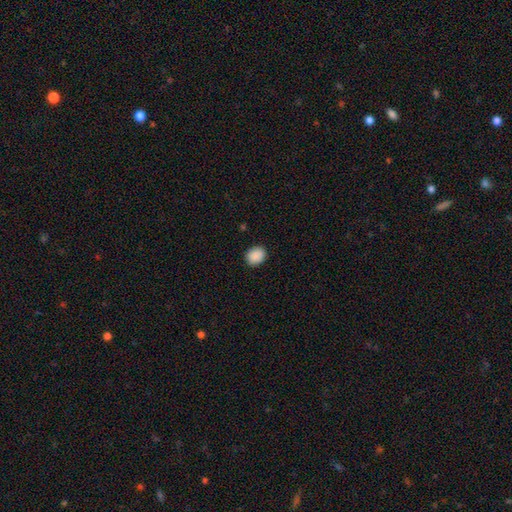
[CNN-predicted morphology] The model was most divided on "how rounded": round: 59%, in between: 40%, cigar-shaped: 1%. More confident: smooth or featured — smooth (90%); merging — none (89%).